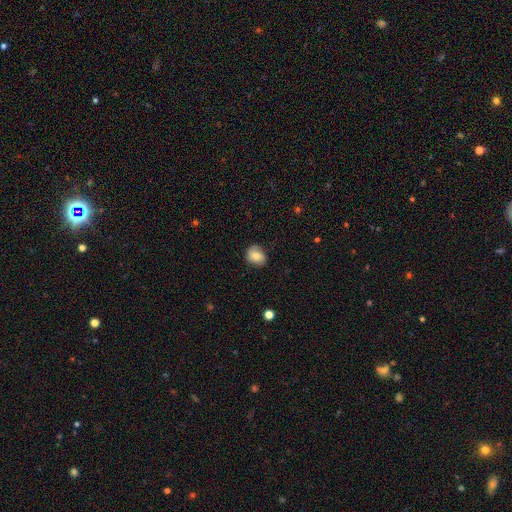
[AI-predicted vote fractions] Morphology: type=smooth (74%); roundness=round (58%); merging=none (78%).